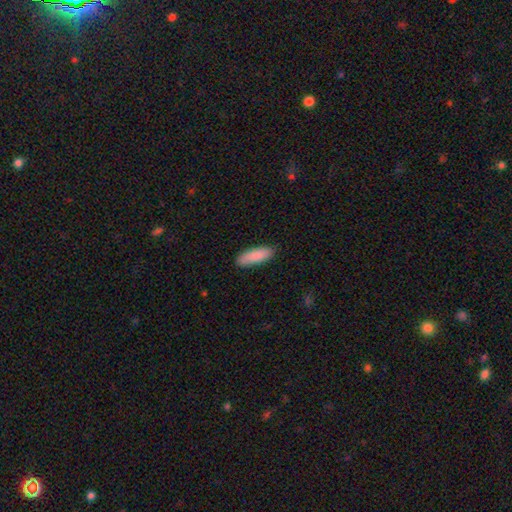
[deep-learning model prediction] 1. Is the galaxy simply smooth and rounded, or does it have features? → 88% smooth, 7% featured or disk, 5% star or artifact.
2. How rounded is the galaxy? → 60% in between, 38% cigar-shaped, 2% round.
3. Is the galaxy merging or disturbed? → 87% none, 10% minor disturbance, 2% major disturbance, 1% merger.